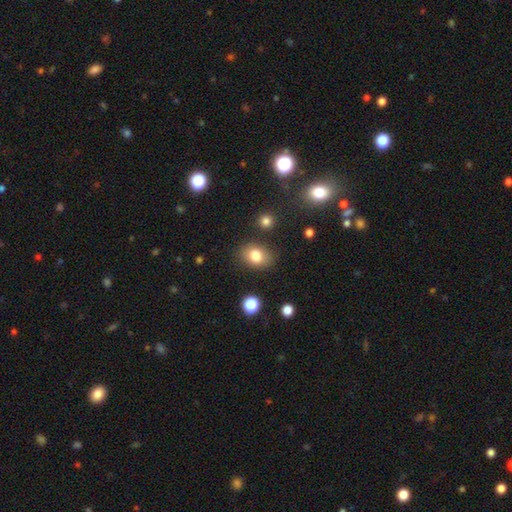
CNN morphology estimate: Q: Smooth or featured?
A: smooth (80%); runner-up: star or artifact (10%)
Q: How rounded?
A: in between (68%); runner-up: round (31%)
Q: Merging?
A: none (81%); runner-up: minor disturbance (12%)